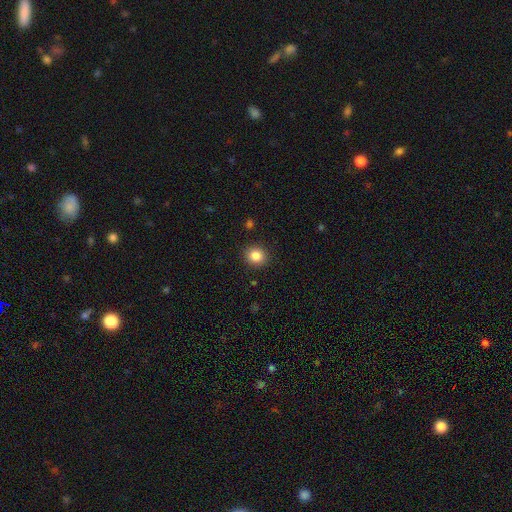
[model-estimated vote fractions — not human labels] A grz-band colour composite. It shows a smooth galaxy with no disk features (84%) that is round (84%). Merging: none (91%).